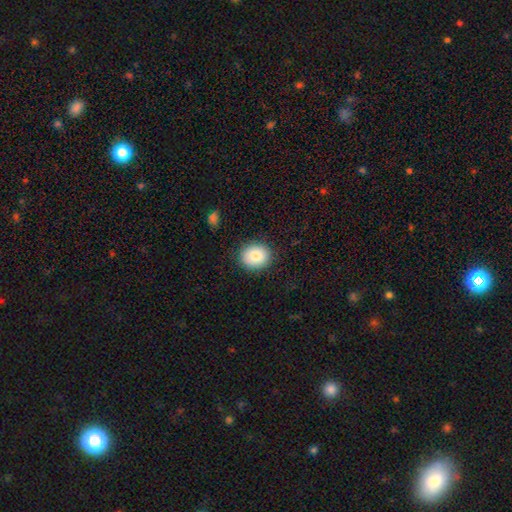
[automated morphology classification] A smooth galaxy with no disk features (82%) that is round (71%). Merging: none (88%).